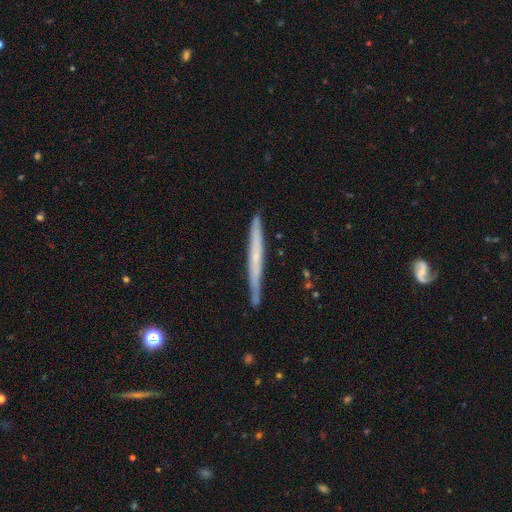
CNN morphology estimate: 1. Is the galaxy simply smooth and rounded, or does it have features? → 53% featured or disk, 40% smooth, 7% star or artifact.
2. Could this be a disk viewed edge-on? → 96% yes, 4% no.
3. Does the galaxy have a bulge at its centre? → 80% none, 15% rounded, 4% boxy.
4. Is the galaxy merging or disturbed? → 88% none, 9% minor disturbance, 2% merger, 1% major disturbance.